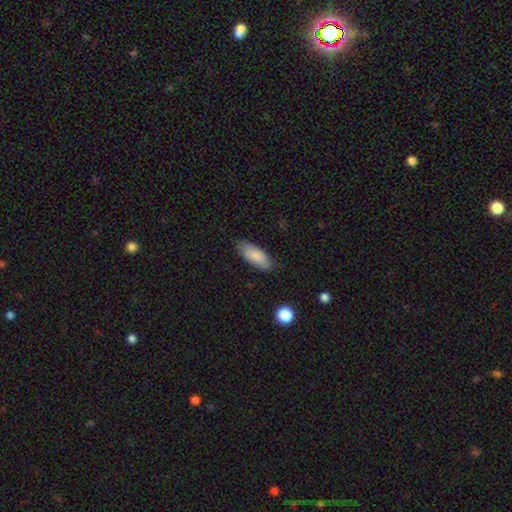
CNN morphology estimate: A smooth galaxy with no disk features (86%) that is in between round and cigar-shaped (78%).

Vote fractions:
- Smooth or featured? smooth: 86% / featured or disk: 8% / star or artifact: 6%
- How rounded? in between: 78% / cigar-shaped: 20% / round: 2%
- Merging? none: 80% / minor disturbance: 16% / major disturbance: 3% / merger: 1%